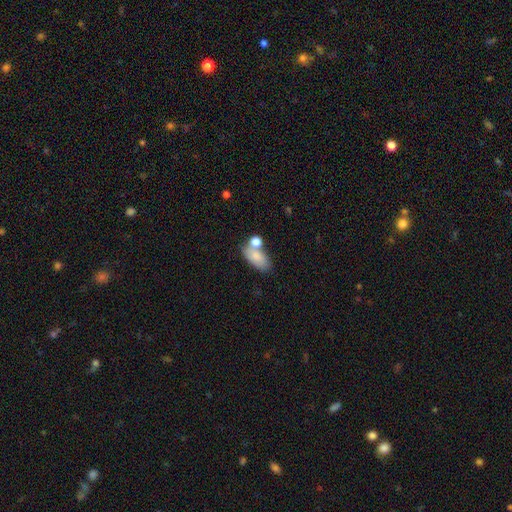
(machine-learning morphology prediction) Smooth or featured? smooth (80%)
How rounded? in between (89%)
Merging? none (49%)